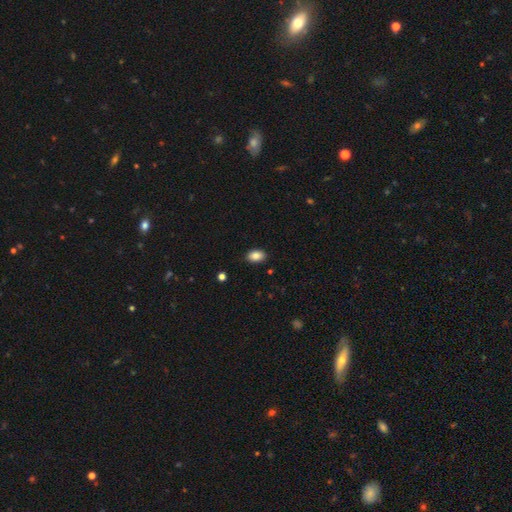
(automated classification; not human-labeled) Smooth or featured? Predicted: smooth (p=0.86). How rounded? Predicted: in between (p=0.89). Merging? Predicted: none (p=0.87).